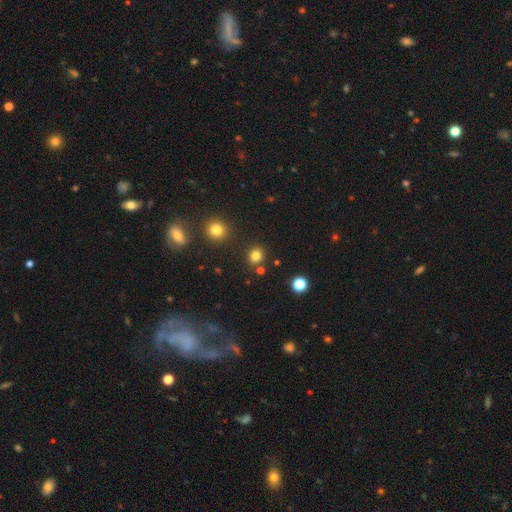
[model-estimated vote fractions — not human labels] This appears to be a smooth galaxy with no disk features (80%) that is round (77%). Merging: none (85%).